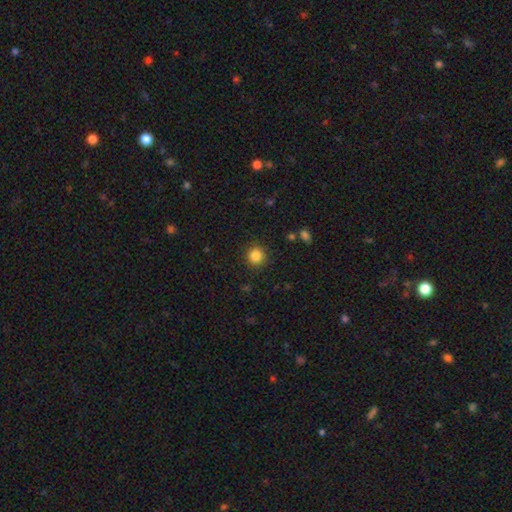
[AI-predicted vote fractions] Smooth or featured? Predicted: smooth (p=0.84). How rounded? Predicted: round (p=0.94). Merging? Predicted: none (p=0.90).